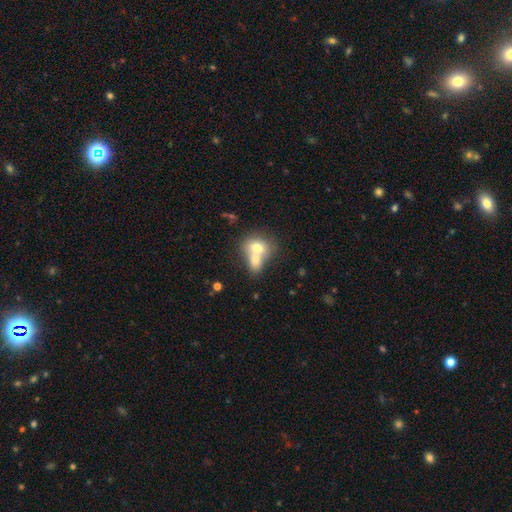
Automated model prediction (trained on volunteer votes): This is likely a smooth galaxy (70%). How rounded: possibly in between (57%). Merging: likely merger (70%).